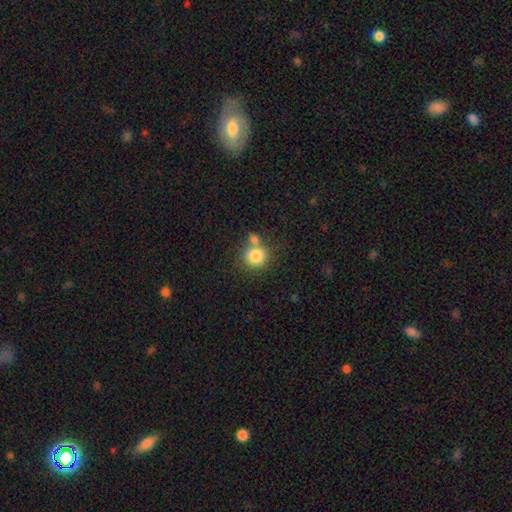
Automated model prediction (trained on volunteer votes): Smooth or featured? smooth (83%)
How rounded? round (84%)
Merging? none (53%)